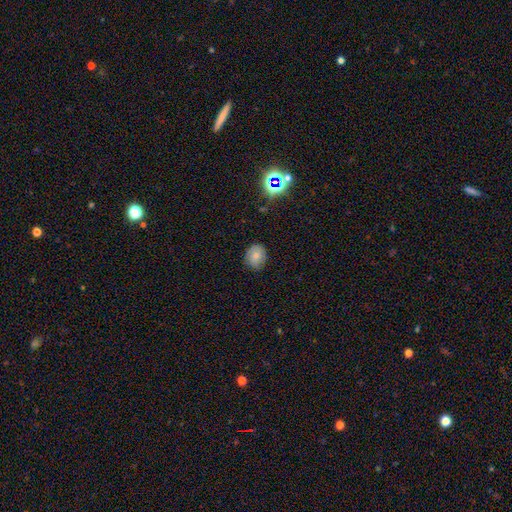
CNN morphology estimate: A smooth galaxy with no disk features (75%) that is round (54%).

Vote fractions:
- Smooth or featured? smooth: 75% / featured or disk: 13% / star or artifact: 12%
- How rounded? round: 54% / in between: 45% / cigar-shaped: 1%
- Merging? none: 74% / minor disturbance: 21% / major disturbance: 4% / merger: 1%